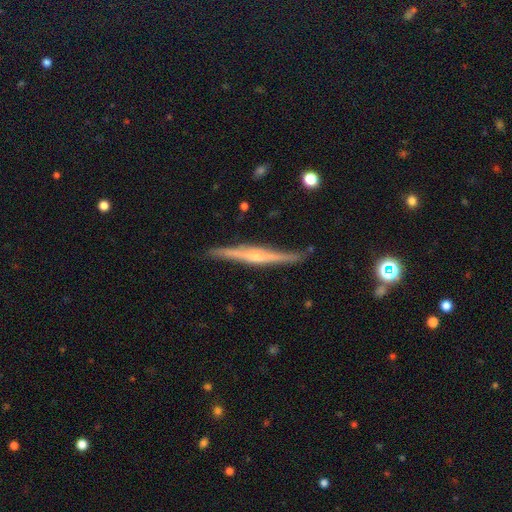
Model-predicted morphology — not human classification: A featured or disk galaxy (75%) viewed edge-on (97%) with a rounded central bulge (60%). Merging: none (85%).